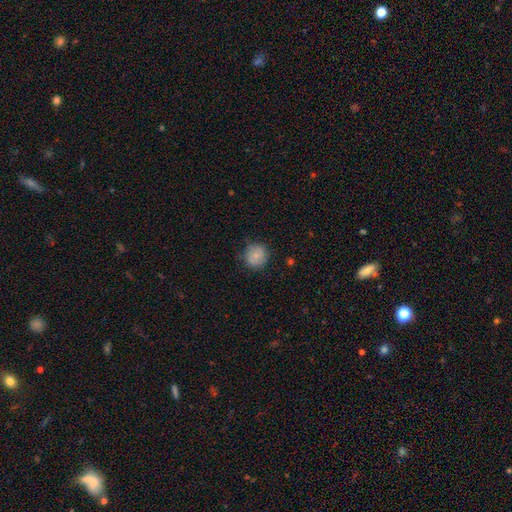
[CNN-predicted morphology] smooth_or_featured: smooth (p=0.77) [alt: featured or disk p=0.15]
how_rounded: round (p=0.88) [alt: in between p=0.11]
merging: none (p=0.76) [alt: minor disturbance p=0.18]